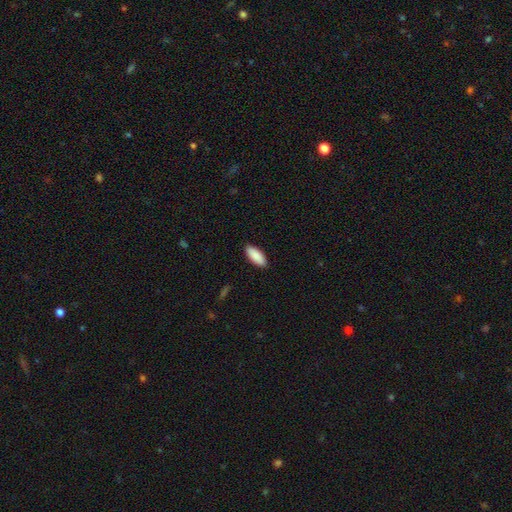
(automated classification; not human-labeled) Q: Smooth or featured?
A: smooth (90%); runner-up: star or artifact (5%)
Q: How rounded?
A: in between (86%); runner-up: cigar-shaped (12%)
Q: Merging?
A: none (90%); runner-up: minor disturbance (7%)